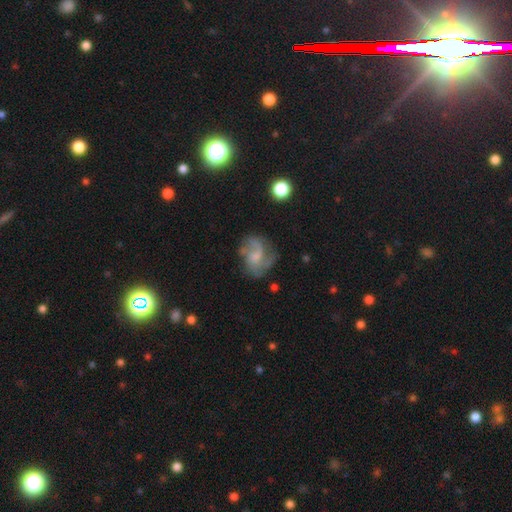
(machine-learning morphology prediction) The model was most divided on "spiral winding" (2-way tie): medium: 43%, loose: 43%, tight: 15%. Remaining: edge-on disk — no (98%); spiral arms — yes (84%); smooth or featured — featured or disk (67%); bar — no (61%); merging — none (52%); bulge size — small (41%); spiral arm count — 2 (37%).